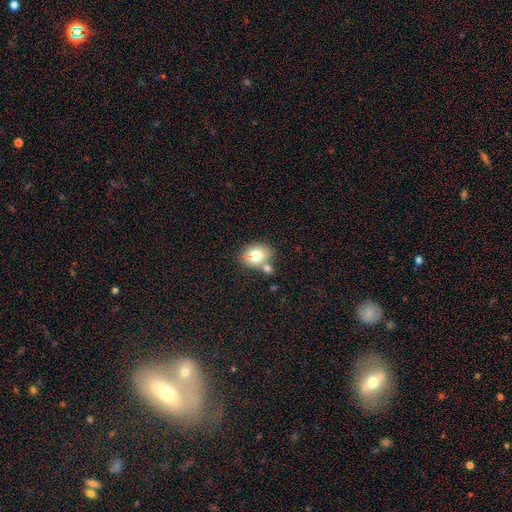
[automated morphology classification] type=smooth (75%); roundness=in between (59%); merging=none (56%).